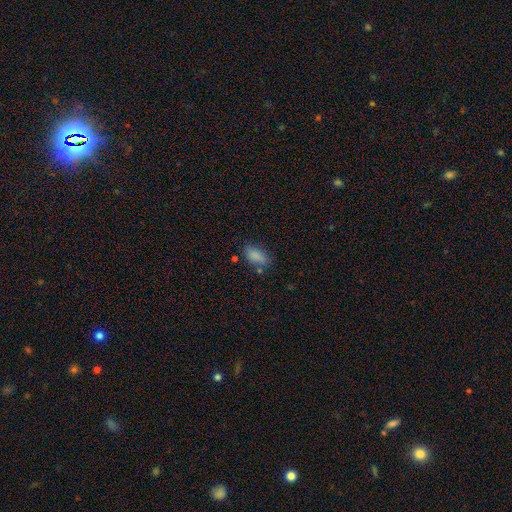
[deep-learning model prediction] This is clearly a smooth galaxy (85%). How rounded: clearly in between (88%). Merging: likely none (72%).